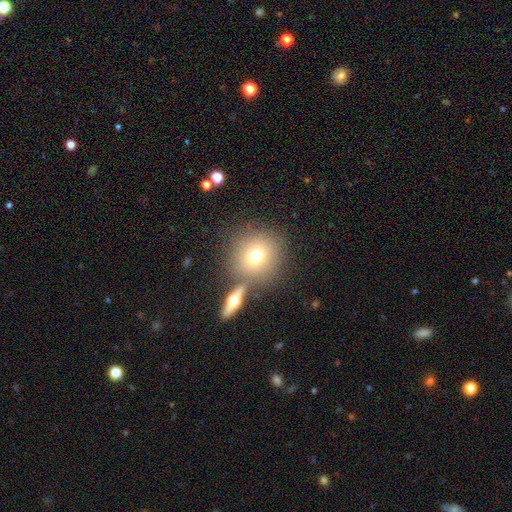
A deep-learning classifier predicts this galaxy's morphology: A smooth galaxy with no disk features (70%) that is round (89%).

Vote fractions:
- Smooth or featured? smooth: 70% / featured or disk: 19% / star or artifact: 11%
- How rounded? round: 89% / in between: 10% / cigar-shaped: 1%
- Merging? none: 68% / merger: 19% / minor disturbance: 9% / major disturbance: 4%